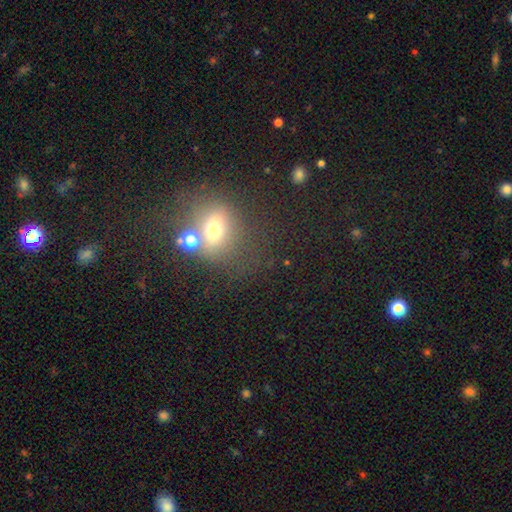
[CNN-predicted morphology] A smooth galaxy with no disk features (58%) that is in between round and cigar-shaped (53%).

Vote fractions:
- Smooth or featured? smooth: 58% / star or artifact: 22% / featured or disk: 20%
- How rounded? in between: 53% / round: 44% / cigar-shaped: 4%
- Merging? none: 50% / merger: 28% / minor disturbance: 14% / major disturbance: 8%